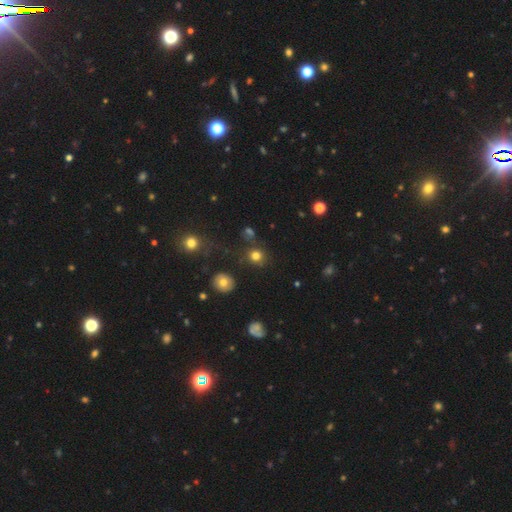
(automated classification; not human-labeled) Smooth or featured: smooth — 78% (star or artifact — 16%)
How rounded: round — 89% (in between — 10%)
Merging: none — 81% (minor disturbance — 10%)